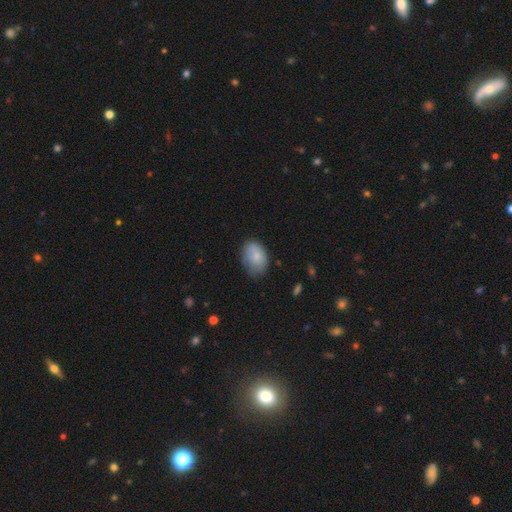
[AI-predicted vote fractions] smooth 81%, featured or disk 12%, star or artifact 7%. Down the decision tree: how rounded — in between (84%); merging — none (65%).